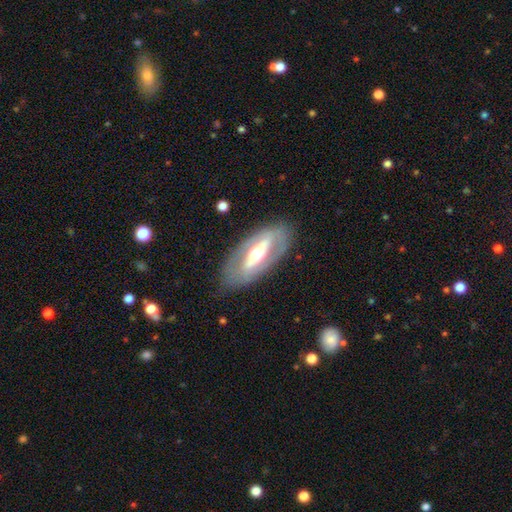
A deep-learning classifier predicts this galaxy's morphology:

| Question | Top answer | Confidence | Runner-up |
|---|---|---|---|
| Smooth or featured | featured or disk | 72% | smooth (23%) |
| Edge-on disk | no | 84% | yes (16%) |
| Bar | strong | 52% | weak (26%) |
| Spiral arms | no | 60% | yes (40%) |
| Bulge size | moderate | 66% | small (22%) |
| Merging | none | 82% | minor disturbance (12%) |